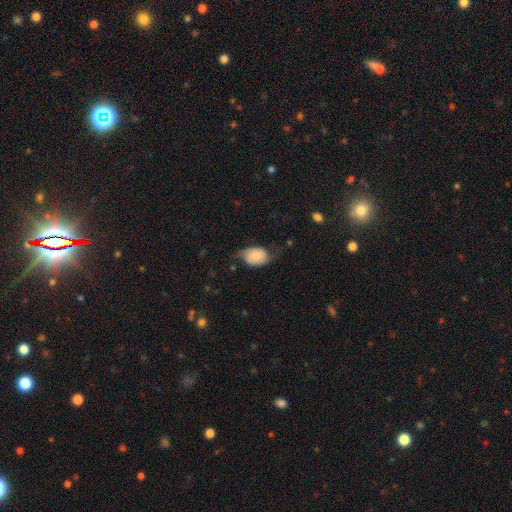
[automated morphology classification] smooth_or_featured: smooth (p=0.49) [alt: featured or disk p=0.43]
merging: none (p=0.47) [alt: minor disturbance p=0.31]